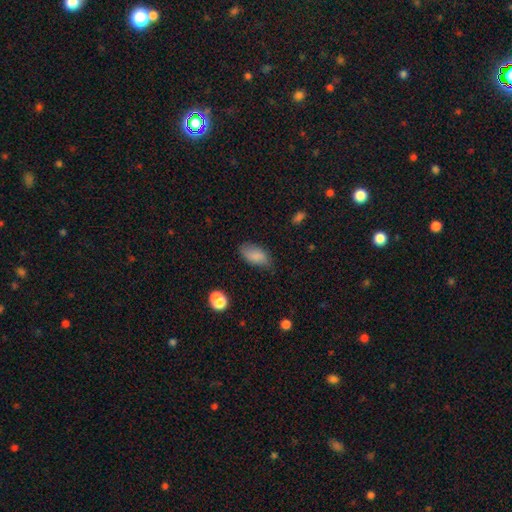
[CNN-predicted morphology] smooth-or-featured: smooth: 81% | featured or disk: 11% | star or artifact: 8%
  how-rounded: in between: 91% | cigar-shaped: 5% | round: 4%
  merging: none: 68% | minor disturbance: 24% | major disturbance: 5% | merger: 2%